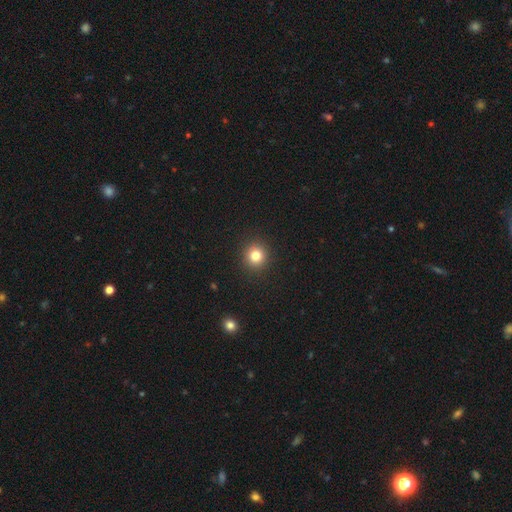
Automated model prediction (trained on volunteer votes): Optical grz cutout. It shows a smooth galaxy with no disk features (82%) that is round (90%). Merging: none (92%).